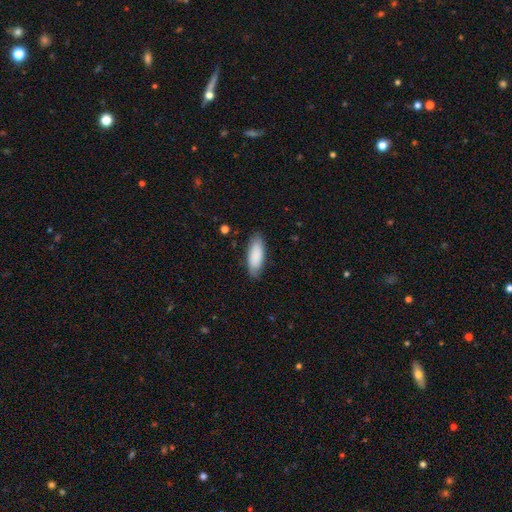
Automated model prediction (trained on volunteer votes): Morphology: type=smooth (86%); roundness=in between (75%); merging=none (83%).